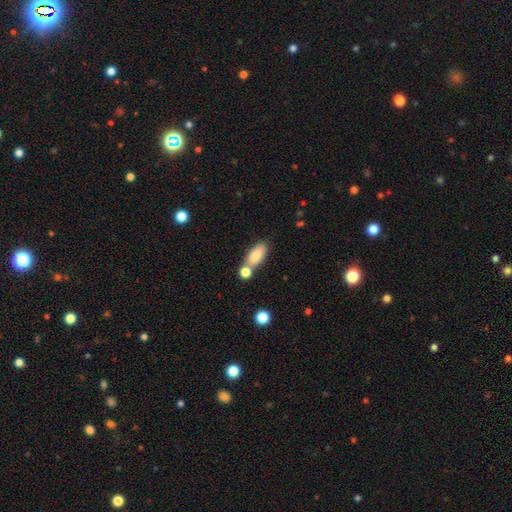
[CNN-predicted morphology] smooth_or_featured: smooth (p=0.78) [alt: featured or disk p=0.15]
how_rounded: in between (p=0.84) [alt: cigar-shaped p=0.11]
merging: none (p=0.57) [alt: merger p=0.27]